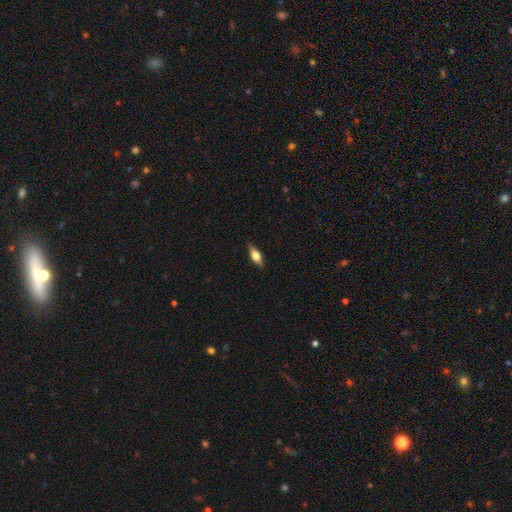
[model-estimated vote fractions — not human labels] Overall: smooth (48%; featured or disk 45%). Merging: none (87%).